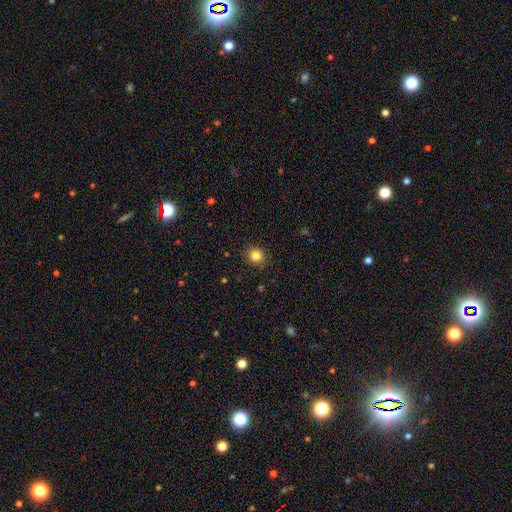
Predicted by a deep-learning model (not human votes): Overall: smooth (83%). How rounded: round (85%). Merging: none (89%).